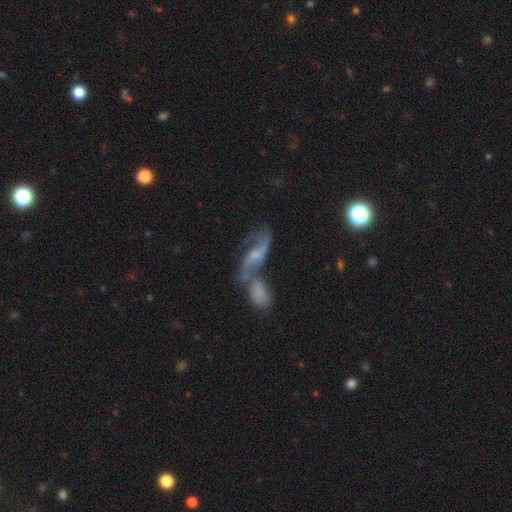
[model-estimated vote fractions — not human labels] Smooth or featured: featured or disk — 73% (smooth — 17%)
Edge-on disk: no — 90% (yes — 10%)
Bar: no — 46% (weak — 40%)
Spiral arms: yes — 87% (no — 13%)
Spiral winding: loose — 77% (medium — 17%)
Spiral arm count: 2 — 87% (can't tell — 5%)
Bulge size: small — 49% (moderate — 31%)
Merging: merger — 53% (none — 26%)